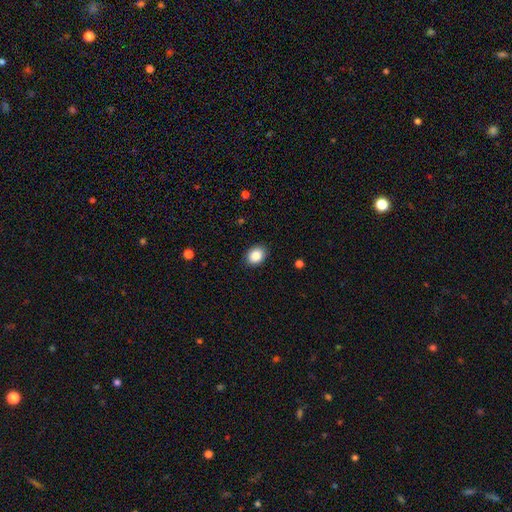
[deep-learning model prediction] Smooth or featured? Predicted: smooth (p=0.88). How rounded? Predicted: in between (p=0.59). Merging? Predicted: none (p=0.88).